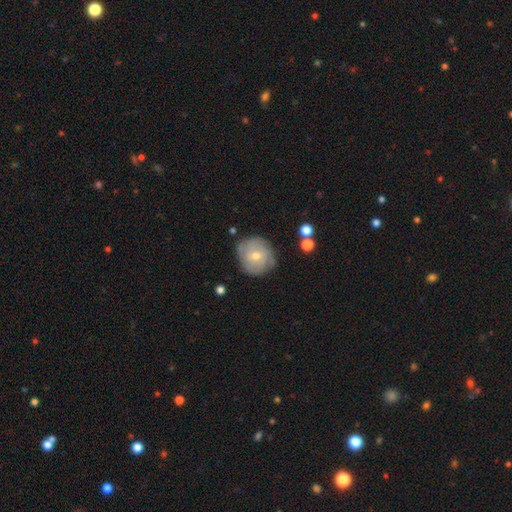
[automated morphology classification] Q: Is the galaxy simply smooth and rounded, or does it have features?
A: featured or disk — 47%.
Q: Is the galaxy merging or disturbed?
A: none — 71%.